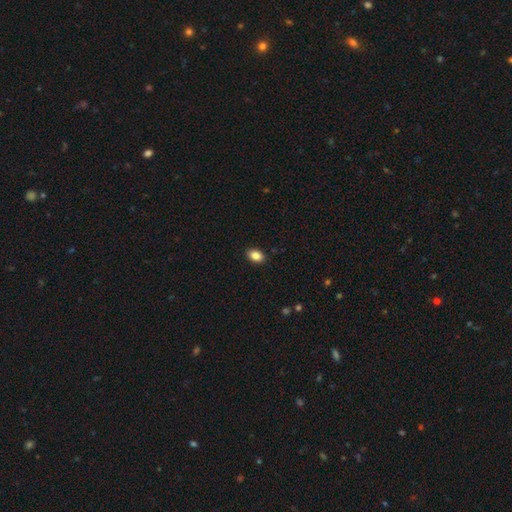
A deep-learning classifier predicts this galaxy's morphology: The model was most divided on "how rounded": in between: 83%, round: 16%, cigar-shaped: 1%. More confident: merging — none (90%); smooth or featured — smooth (87%).